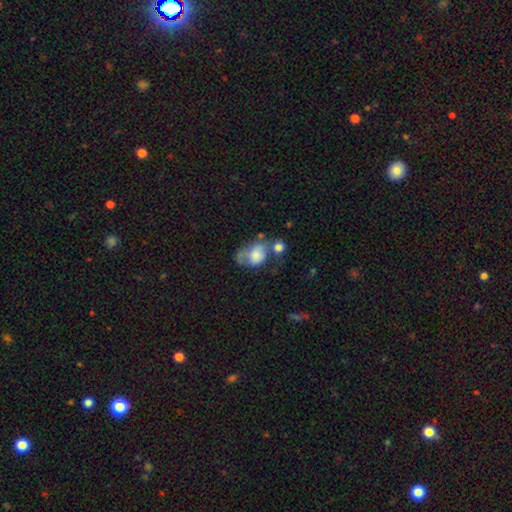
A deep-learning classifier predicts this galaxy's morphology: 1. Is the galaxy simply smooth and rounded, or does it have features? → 64% smooth, 28% featured or disk, 9% star or artifact.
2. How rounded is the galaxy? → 70% in between, 29% round, 1% cigar-shaped.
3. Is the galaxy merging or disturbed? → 31% merger, 29% major disturbance, 20% minor disturbance, 20% none.